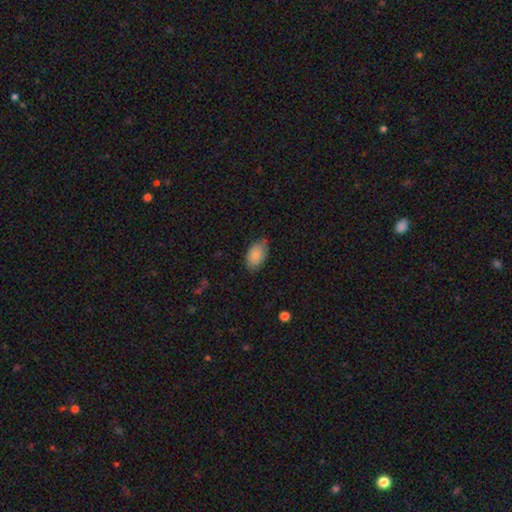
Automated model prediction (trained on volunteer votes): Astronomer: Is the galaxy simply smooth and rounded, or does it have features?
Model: smooth — 84%.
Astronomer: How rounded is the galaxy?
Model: in between — 93%.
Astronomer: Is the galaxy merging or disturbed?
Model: none — 72%.